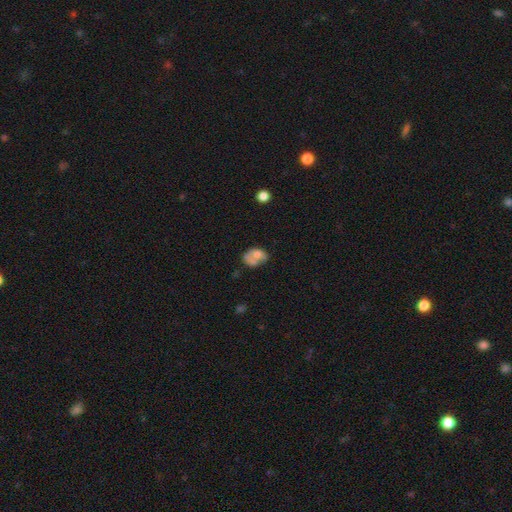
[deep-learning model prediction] Smooth or featured? Predicted: smooth (p=0.60). How rounded? Predicted: in between (p=0.68). Merging? Predicted: merger (p=0.30).